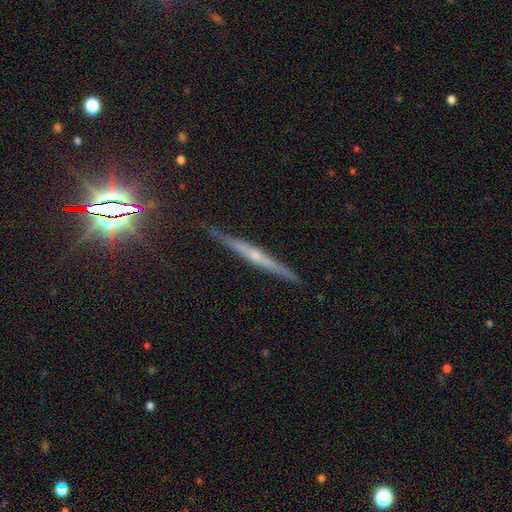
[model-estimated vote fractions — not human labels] This is likely a featured or disk galaxy (70%). It is clearly viewed edge-on (97%). Edge-on bulge: likely rounded (61%). Merging: clearly none (89%).